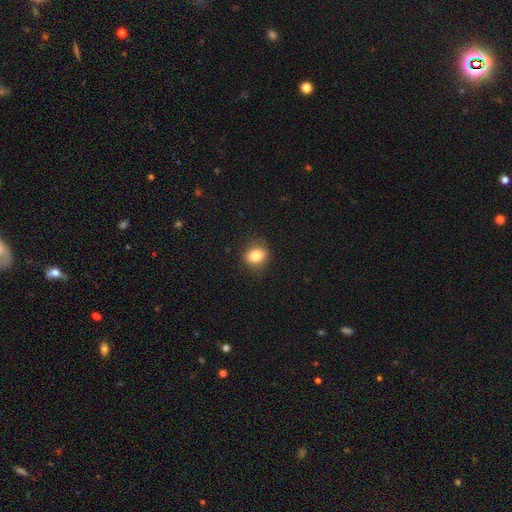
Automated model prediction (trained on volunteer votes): smooth_or_featured: smooth (p=0.85) [alt: star or artifact p=0.10]
how_rounded: round (p=0.57) [alt: in between p=0.41]
merging: none (p=0.83) [alt: minor disturbance p=0.13]